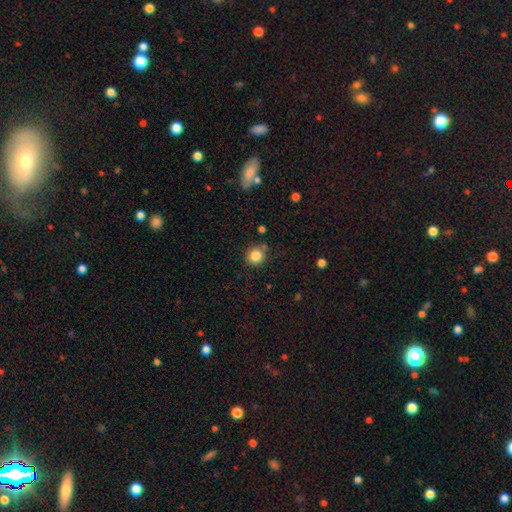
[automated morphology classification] Q: Smooth or featured?
A: smooth (84%); runner-up: star or artifact (11%)
Q: How rounded?
A: round (90%); runner-up: in between (9%)
Q: Merging?
A: none (78%); runner-up: minor disturbance (13%)